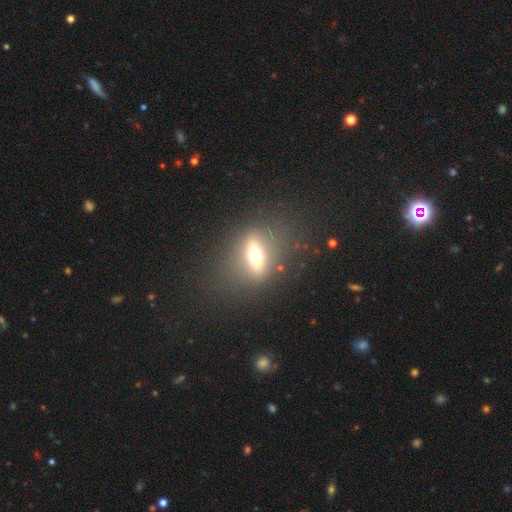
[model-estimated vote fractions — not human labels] Overall: featured or disk (45%; smooth 43%). Merging: none (77%).